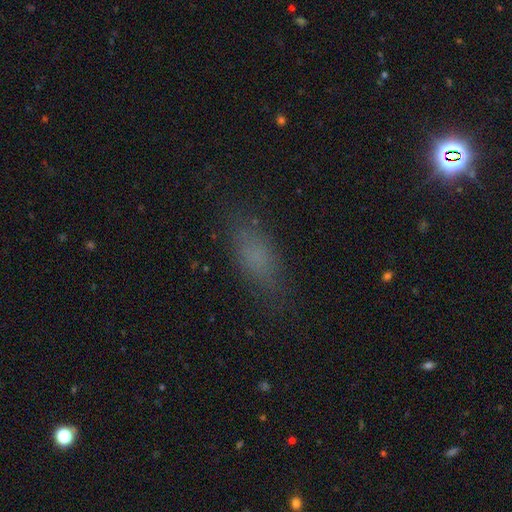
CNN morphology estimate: smooth 73%, star or artifact 15%, featured or disk 12%. Down the decision tree: how rounded — in between (72%); merging — none (78%).